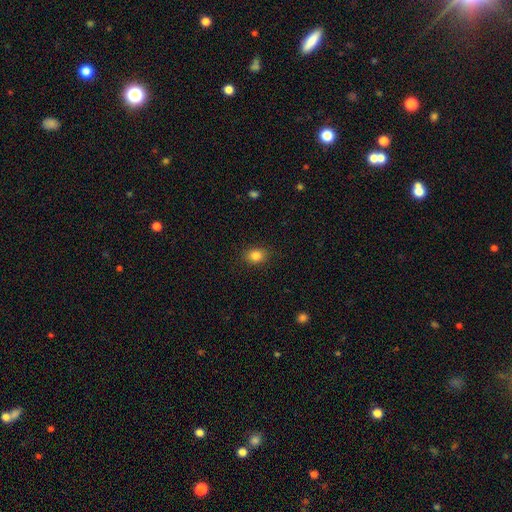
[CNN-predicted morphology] The model was most divided on "how rounded": in between: 53%, round: 46%, cigar-shaped: 1%. More confident: merging — none (88%); smooth or featured — smooth (84%).